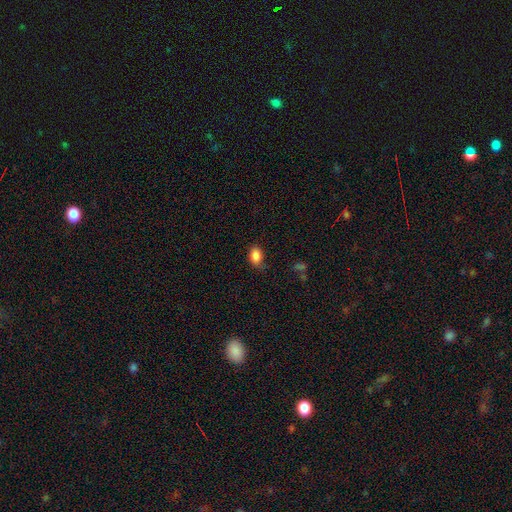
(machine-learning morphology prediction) smooth-or-featured: smooth: 87% | star or artifact: 9% | featured or disk: 4%
  how-rounded: in between: 85% | round: 13% | cigar-shaped: 1%
  merging: none: 69% | minor disturbance: 23% | major disturbance: 6% | merger: 2%